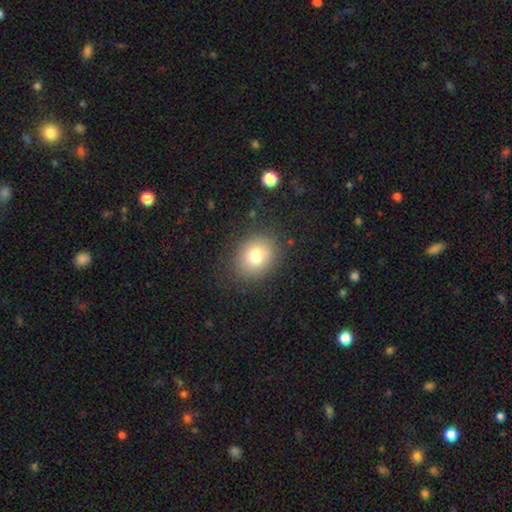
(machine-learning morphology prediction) Overall: smooth (77%). How rounded: round (62%; in between 37%). Merging: none (85%).